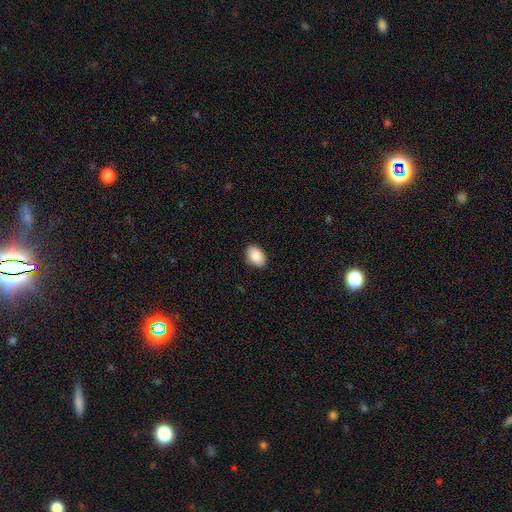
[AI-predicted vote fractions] smooth_or_featured: smooth (p=0.84) [alt: featured or disk p=0.09]
how_rounded: in between (p=0.85) [alt: round p=0.14]
merging: none (p=0.89) [alt: minor disturbance p=0.08]